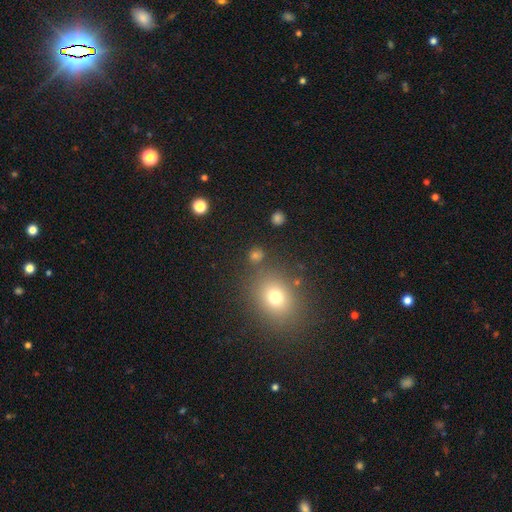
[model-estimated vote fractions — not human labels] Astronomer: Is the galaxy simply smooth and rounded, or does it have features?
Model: smooth — 71%.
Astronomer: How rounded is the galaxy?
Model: round — 77%.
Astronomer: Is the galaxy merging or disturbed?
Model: none — 78%.